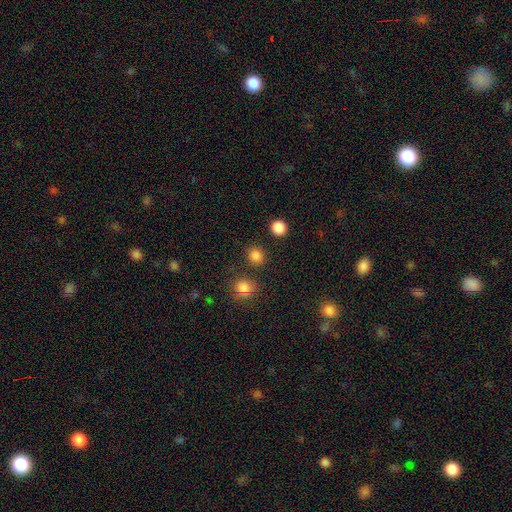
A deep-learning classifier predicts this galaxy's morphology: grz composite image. It shows a smooth galaxy with no disk features (83%) that is round (80%). Merging: none (84%).